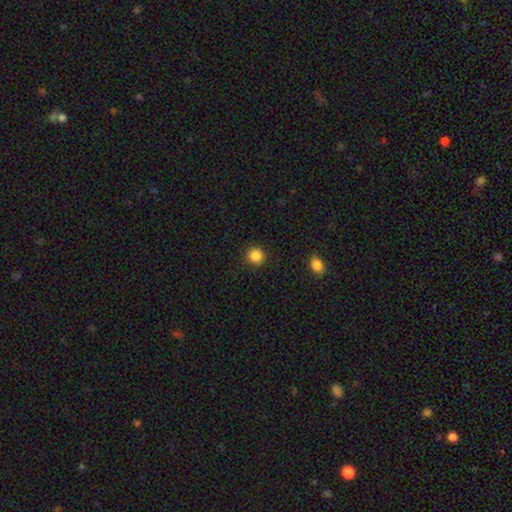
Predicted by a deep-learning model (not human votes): This appears to be a smooth galaxy with no disk features (86%) that is round (93%). Merging: none (92%).